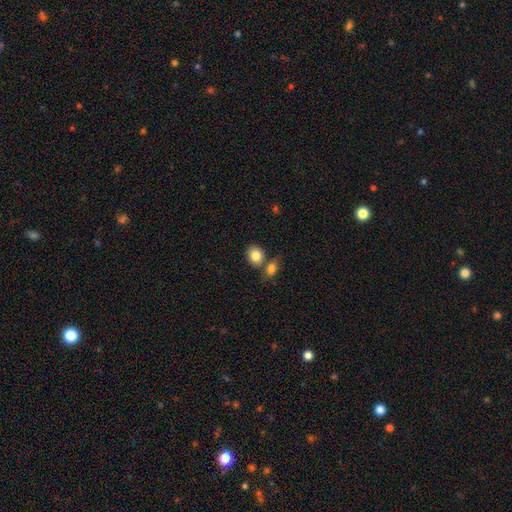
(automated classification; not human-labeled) Smooth or featured: smooth — 84% (star or artifact — 8%)
How rounded: round — 54% (in between — 45%)
Merging: none — 58% (merger — 29%)